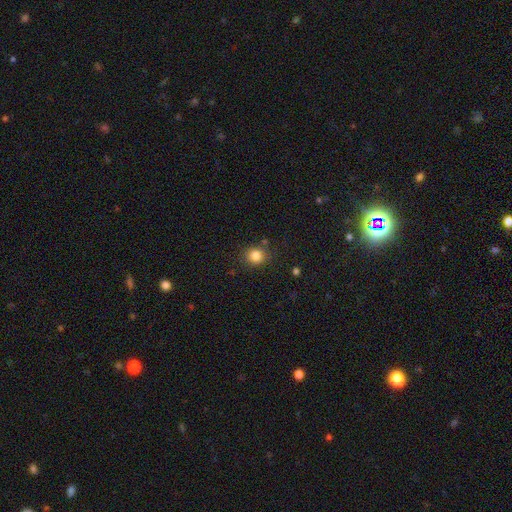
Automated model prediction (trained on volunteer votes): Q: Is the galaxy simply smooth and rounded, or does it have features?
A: smooth — 83%.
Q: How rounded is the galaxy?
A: round — 84%.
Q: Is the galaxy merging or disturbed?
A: none — 83%.